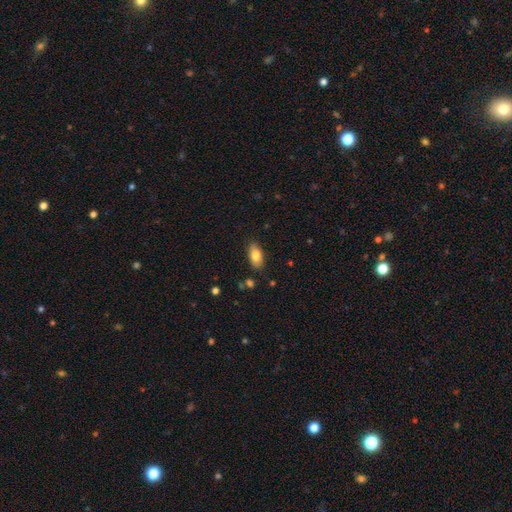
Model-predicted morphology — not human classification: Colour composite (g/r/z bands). It shows a smooth galaxy with no disk features (80%) that is in between round and cigar-shaped (89%). Merging: none (83%).